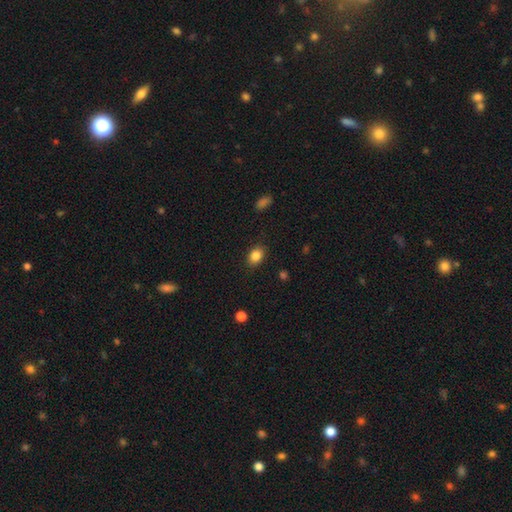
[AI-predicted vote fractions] Smooth or featured?
  - smooth: 85% *
  - star or artifact: 10%
  - featured or disk: 5%
How rounded?
  - in between: 65% *
  - round: 34%
  - cigar-shaped: 1%
Merging?
  - none: 87% *
  - minor disturbance: 10%
  - major disturbance: 3%
  - merger: 1%